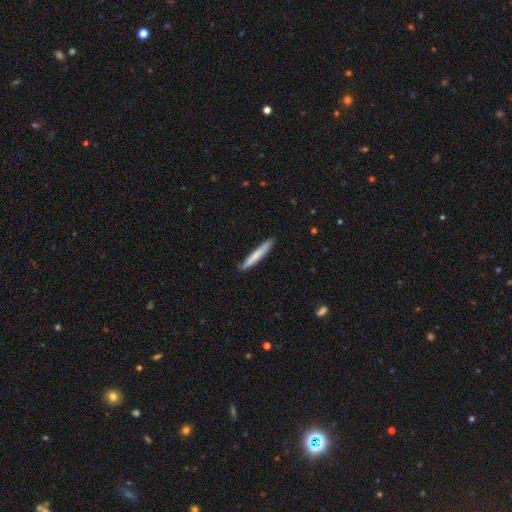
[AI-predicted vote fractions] Smooth or featured? Predicted: smooth (p=0.72). How rounded? Predicted: cigar-shaped (p=0.95). Merging? Predicted: none (p=0.86).